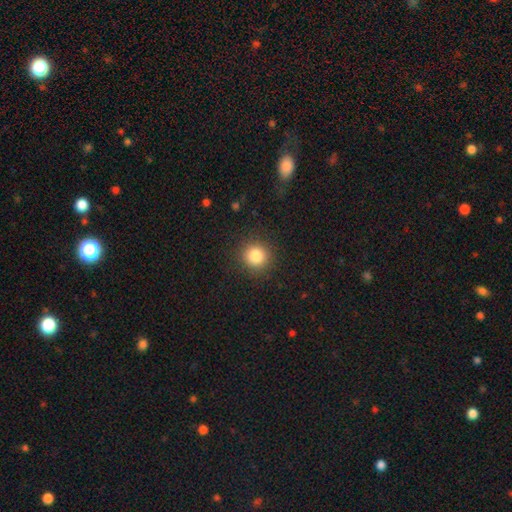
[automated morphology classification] Q: Smooth or featured?
A: smooth (84%); runner-up: star or artifact (11%)
Q: How rounded?
A: round (93%); runner-up: in between (6%)
Q: Merging?
A: none (90%); runner-up: minor disturbance (7%)